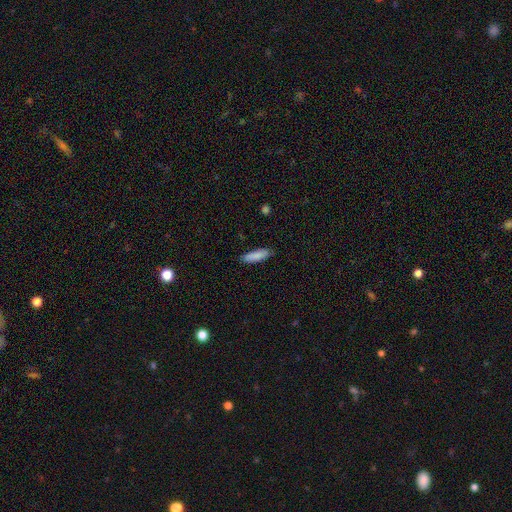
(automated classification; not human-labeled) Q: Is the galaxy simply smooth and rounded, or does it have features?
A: smooth — 87%.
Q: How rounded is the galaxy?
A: cigar-shaped — 59%.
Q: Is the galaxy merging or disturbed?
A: none — 85%.